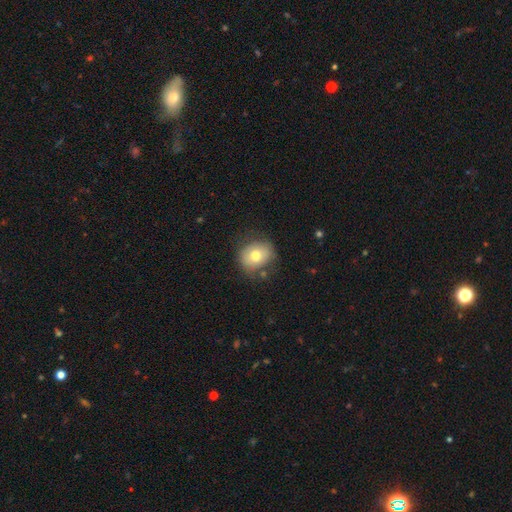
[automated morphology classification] Q: Smooth or featured?
A: smooth (72%); runner-up: featured or disk (20%)
Q: How rounded?
A: round (64%); runner-up: in between (36%)
Q: Merging?
A: none (71%); runner-up: minor disturbance (20%)